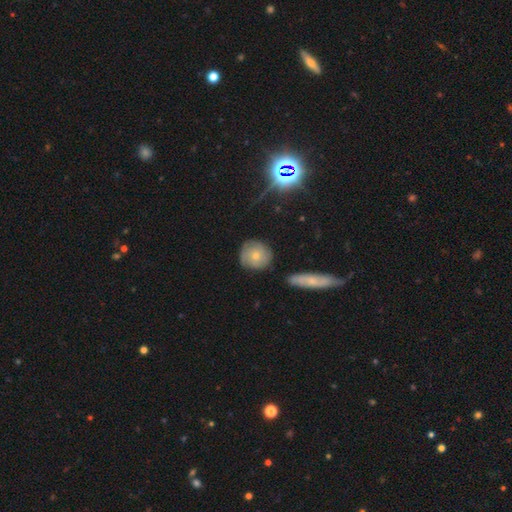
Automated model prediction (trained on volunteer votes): This appears to be a smooth galaxy with no disk features (55%) that is round (90%). Merging: none (78%).